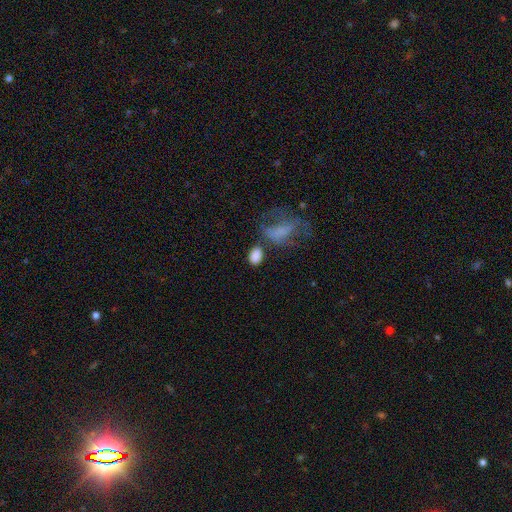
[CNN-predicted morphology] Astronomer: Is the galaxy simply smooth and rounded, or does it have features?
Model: smooth — 85%.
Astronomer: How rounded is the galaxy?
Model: in between — 83%.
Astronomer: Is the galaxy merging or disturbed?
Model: none — 60%.